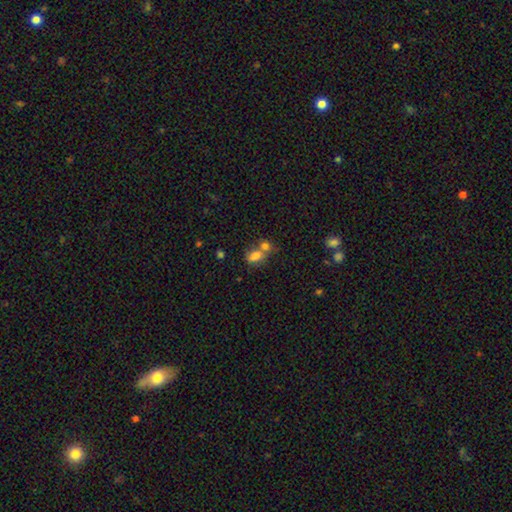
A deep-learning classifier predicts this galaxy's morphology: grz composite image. It shows a smooth galaxy with no disk features (75%) that is in between round and cigar-shaped (71%). Merging: merger (54%).